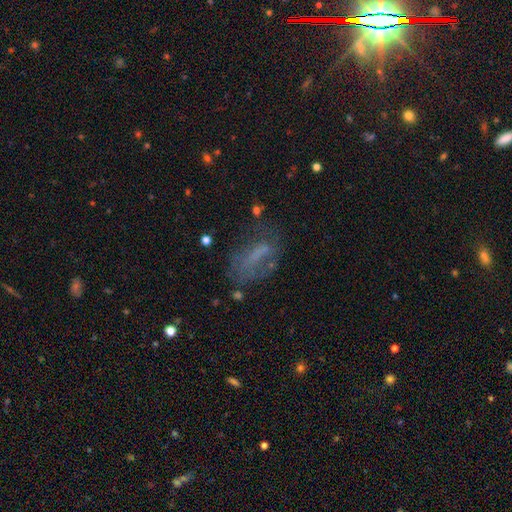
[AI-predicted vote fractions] Smooth or featured?
  - smooth: 45% *
  - featured or disk: 36%
  - star or artifact: 19%
Merging?
  - none: 48% *
  - major disturbance: 25%
  - minor disturbance: 23%
  - merger: 4%